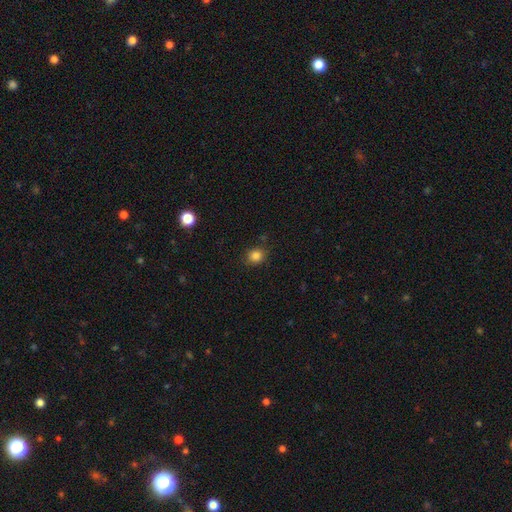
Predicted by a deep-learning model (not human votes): Smooth or featured? smooth (84%)
How rounded? round (79%)
Merging? none (85%)